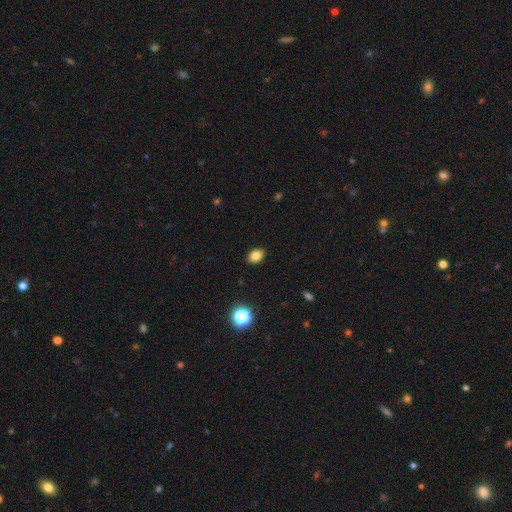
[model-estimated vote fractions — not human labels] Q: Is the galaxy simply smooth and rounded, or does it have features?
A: smooth — 82%.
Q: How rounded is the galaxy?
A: in between — 73%.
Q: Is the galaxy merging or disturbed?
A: none — 90%.